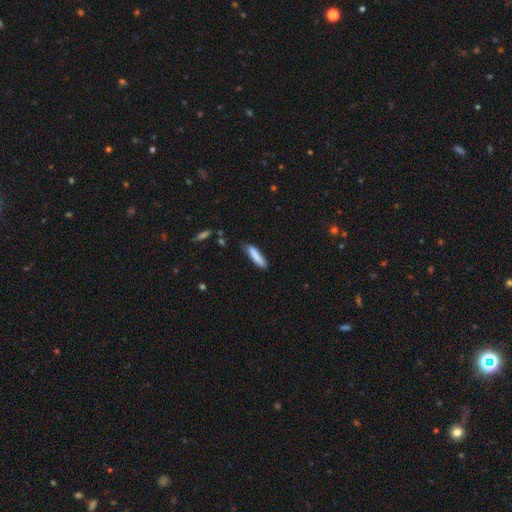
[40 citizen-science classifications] Volunteers were most divided on "merging": none: 69%, minor disturbance: 23%, major disturbance: 6%, merger: 3%. More confident: how rounded — cigar-shaped (90%); smooth or featured — smooth (72%).